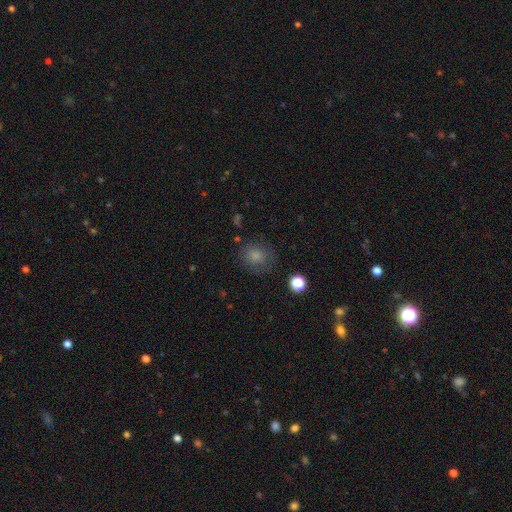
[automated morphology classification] smooth_or_featured: smooth (p=0.78) [alt: star or artifact p=0.12]
how_rounded: round (p=0.72) [alt: in between p=0.27]
merging: none (p=0.71) [alt: minor disturbance p=0.19]